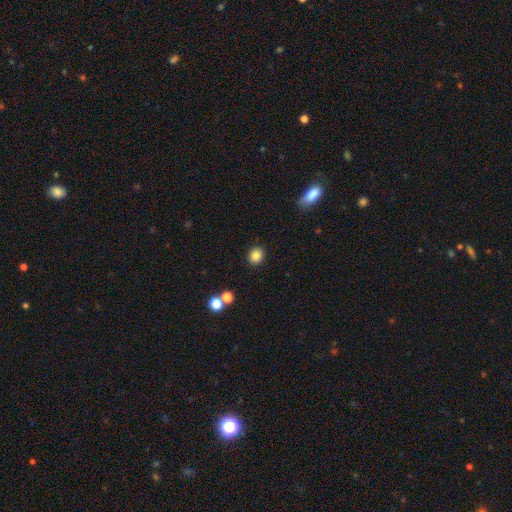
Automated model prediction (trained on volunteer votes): Q: Smooth or featured?
A: smooth (84%); runner-up: star or artifact (11%)
Q: How rounded?
A: round (75%); runner-up: in between (24%)
Q: Merging?
A: none (89%); runner-up: minor disturbance (6%)